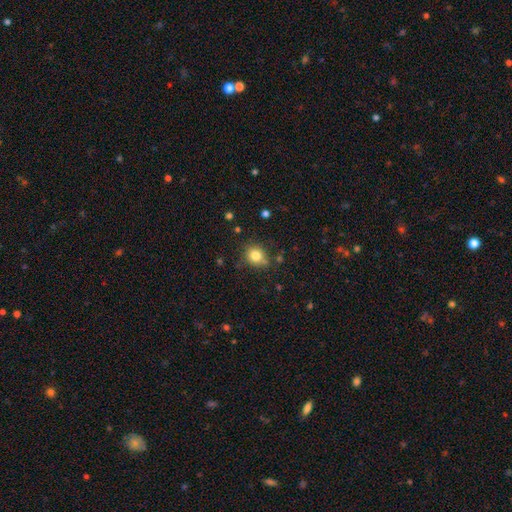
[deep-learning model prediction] Smooth or featured? smooth (81%)
How rounded? round (73%)
Merging? none (70%)